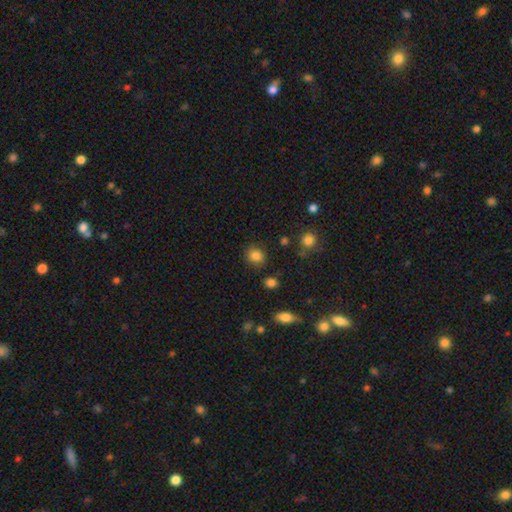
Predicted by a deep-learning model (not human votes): Q: Smooth or featured?
A: smooth (84%); runner-up: star or artifact (11%)
Q: How rounded?
A: round (78%); runner-up: in between (21%)
Q: Merging?
A: none (84%); runner-up: minor disturbance (10%)